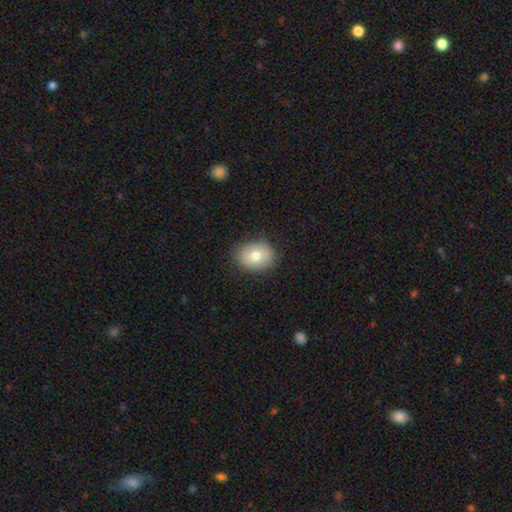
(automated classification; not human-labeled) Morphology: type=smooth (76%); roundness=in between (53%); merging=none (84%).